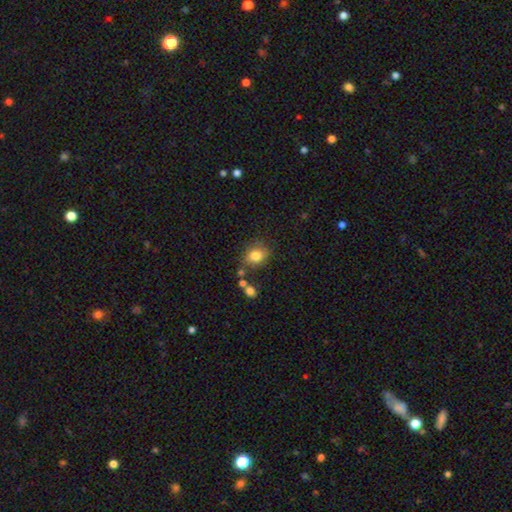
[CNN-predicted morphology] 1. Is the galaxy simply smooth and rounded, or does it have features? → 81% smooth, 11% star or artifact, 9% featured or disk.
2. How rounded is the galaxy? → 63% round, 36% in between, 1% cigar-shaped.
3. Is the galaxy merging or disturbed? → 72% none, 16% minor disturbance, 8% merger, 4% major disturbance.